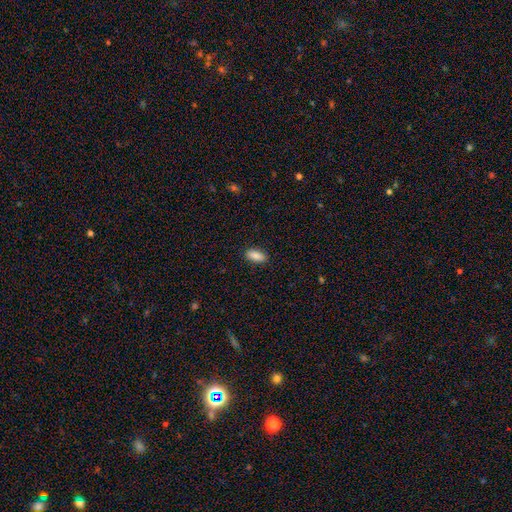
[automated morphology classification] A smooth galaxy with no disk features (89%) that is in between round and cigar-shaped (85%).

Vote fractions:
- Smooth or featured? smooth: 89% / star or artifact: 7% / featured or disk: 4%
- How rounded? in between: 85% / cigar-shaped: 12% / round: 2%
- Merging? none: 89% / minor disturbance: 8% / major disturbance: 2% / merger: 1%